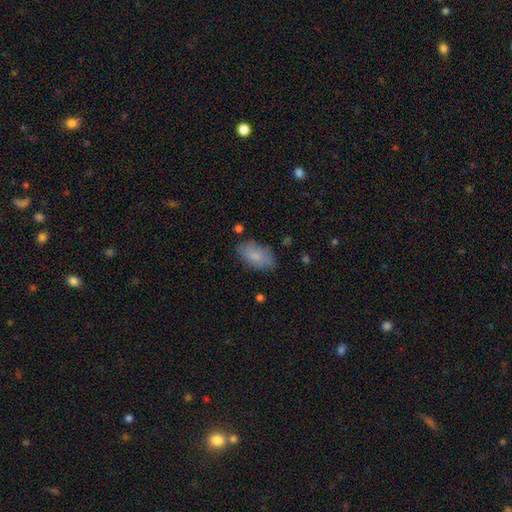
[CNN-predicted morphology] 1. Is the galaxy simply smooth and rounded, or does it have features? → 83% smooth, 11% featured or disk, 6% star or artifact.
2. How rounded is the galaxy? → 93% in between, 3% round, 3% cigar-shaped.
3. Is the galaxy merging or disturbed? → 80% none, 15% minor disturbance, 3% major disturbance, 2% merger.